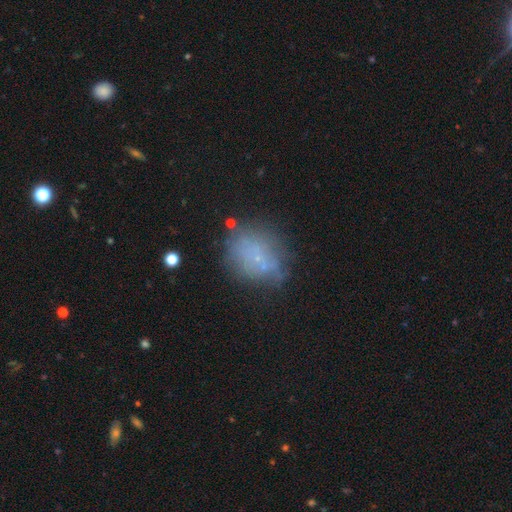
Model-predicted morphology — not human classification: smooth 53%, featured or disk 28%, star or artifact 19%. Down the decision tree: how rounded — round (61%); merging — none (59%).